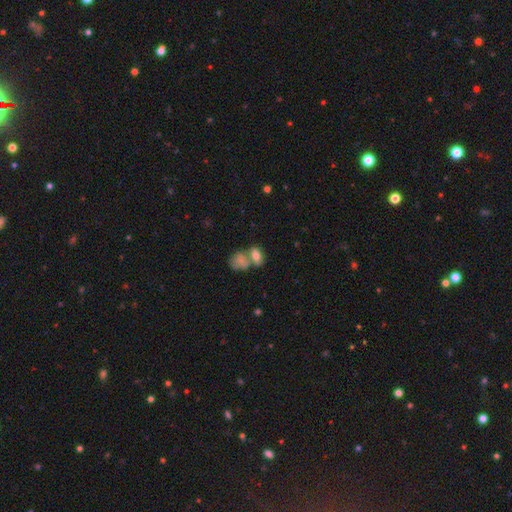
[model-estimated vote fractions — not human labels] A smooth galaxy with no disk features (76%) that is in between round and cigar-shaped (85%).

Vote fractions:
- Smooth or featured? smooth: 76% / featured or disk: 15% / star or artifact: 9%
- How rounded? in between: 85% / round: 11% / cigar-shaped: 4%
- Merging? merger: 51% / none: 34% / minor disturbance: 10% / major disturbance: 5%